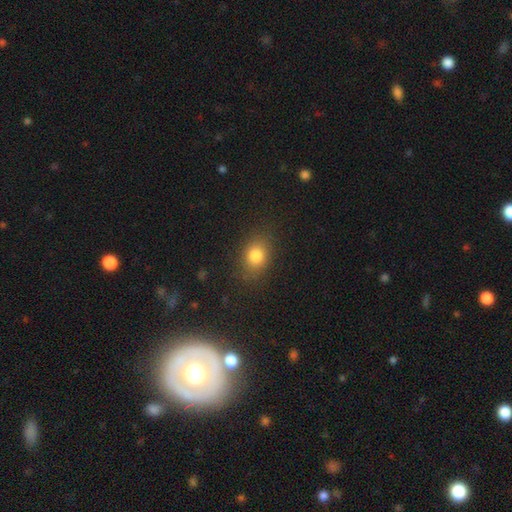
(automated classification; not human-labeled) Smooth or featured? Predicted: smooth (p=0.81). How rounded? Predicted: in between (p=0.57). Merging? Predicted: none (p=0.82).